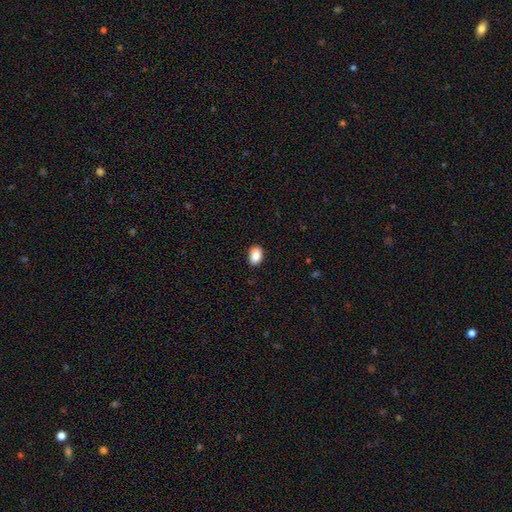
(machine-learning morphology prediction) Q: Smooth or featured?
A: smooth (89%); runner-up: star or artifact (8%)
Q: How rounded?
A: in between (88%); runner-up: round (11%)
Q: Merging?
A: none (86%); runner-up: minor disturbance (11%)